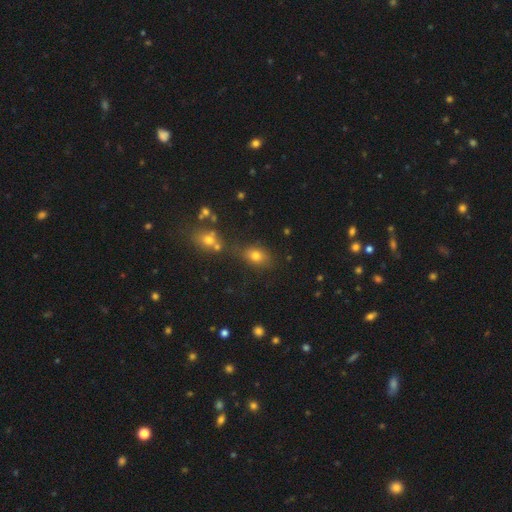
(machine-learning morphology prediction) type=smooth (74%); roundness=in between (68%); merging=none (69%).